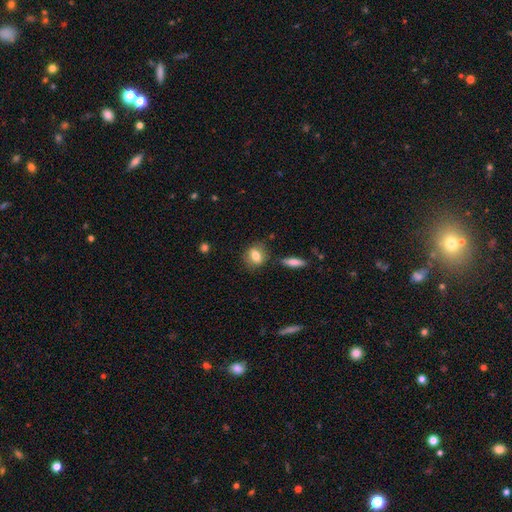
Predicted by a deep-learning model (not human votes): The model was most divided on "how rounded": in between: 50%, round: 47%, cigar-shaped: 3%. More confident: merging — none (79%); smooth or featured — smooth (76%).